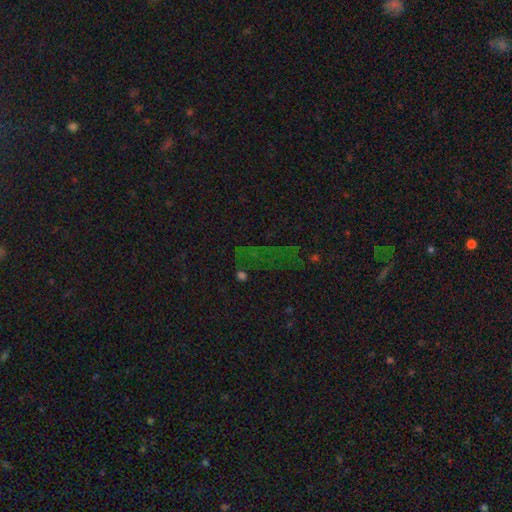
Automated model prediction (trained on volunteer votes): A star or artifact, not a galaxy (72%).